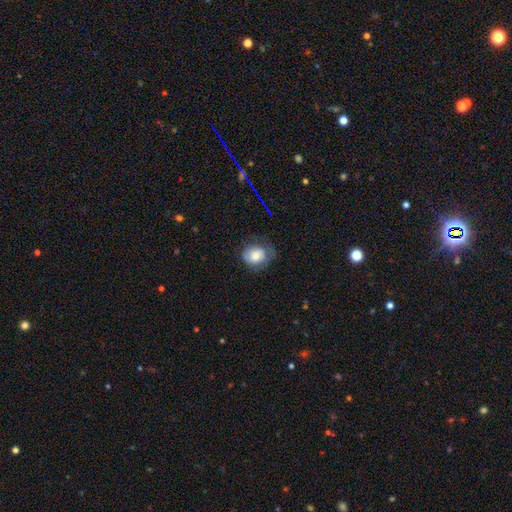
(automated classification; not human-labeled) A smooth galaxy with no disk features (71%) that is round (60%).

Vote fractions:
- Smooth or featured? smooth: 71% / featured or disk: 20% / star or artifact: 9%
- How rounded? round: 60% / in between: 39% / cigar-shaped: 1%
- Merging? none: 56% / minor disturbance: 28% / major disturbance: 15% / merger: 1%